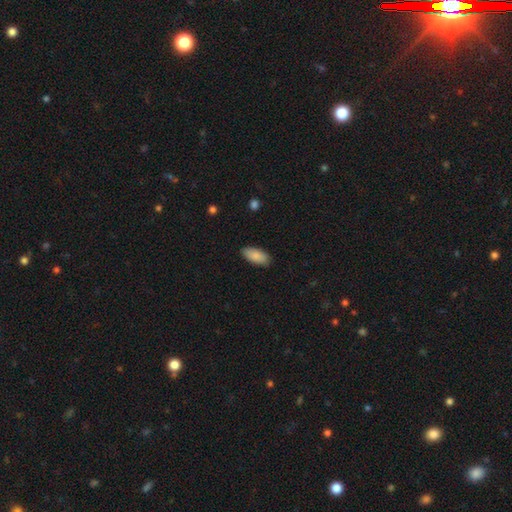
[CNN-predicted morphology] type=smooth (89%); roundness=in between (90%); merging=none (87%).